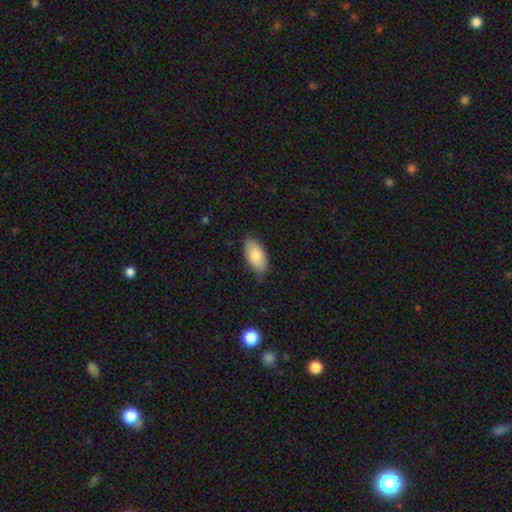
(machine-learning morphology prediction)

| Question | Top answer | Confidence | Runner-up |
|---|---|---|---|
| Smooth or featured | smooth | 82% | featured or disk (12%) |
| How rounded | in between | 93% | cigar-shaped (4%) |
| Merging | none | 79% | minor disturbance (17%) |